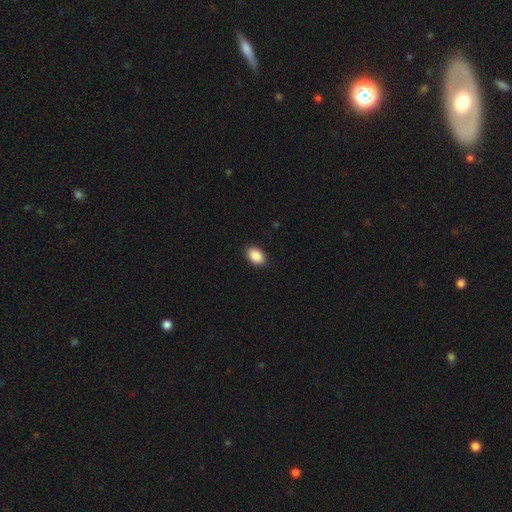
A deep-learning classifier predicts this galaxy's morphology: Overall: smooth (89%). How rounded: in between (89%). Merging: none (90%).